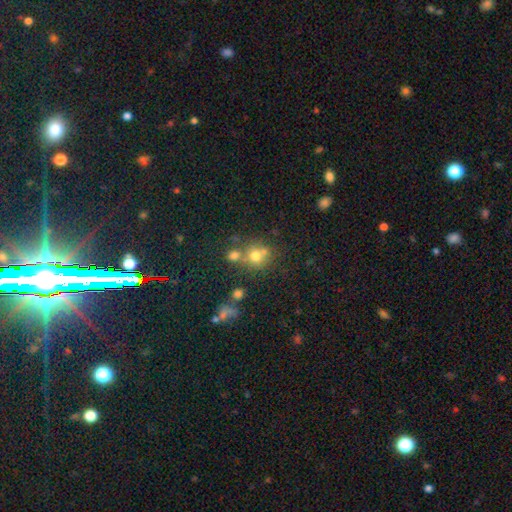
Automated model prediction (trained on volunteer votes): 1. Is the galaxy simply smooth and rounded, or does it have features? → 69% smooth, 17% star or artifact, 14% featured or disk.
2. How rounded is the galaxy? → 83% round, 16% in between, 1% cigar-shaped.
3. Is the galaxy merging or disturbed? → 52% none, 33% merger, 10% minor disturbance, 5% major disturbance.